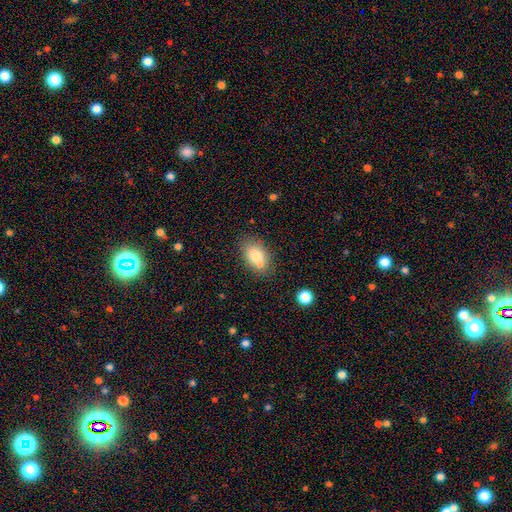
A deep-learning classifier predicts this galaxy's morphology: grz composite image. It shows a smooth galaxy with no disk features (77%) that is in between round and cigar-shaped (85%). Merging: none (62%).